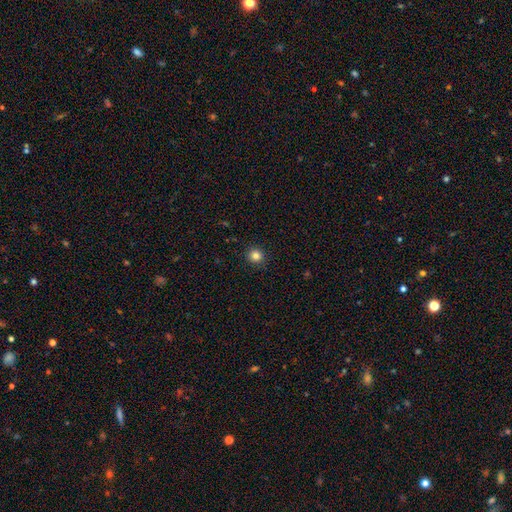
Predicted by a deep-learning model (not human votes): smooth-or-featured: smooth: 83% | star or artifact: 12% | featured or disk: 5%
  how-rounded: round: 91% | in between: 8% | cigar-shaped: 1%
  merging: none: 92% | minor disturbance: 5% | major disturbance: 2% | merger: 1%